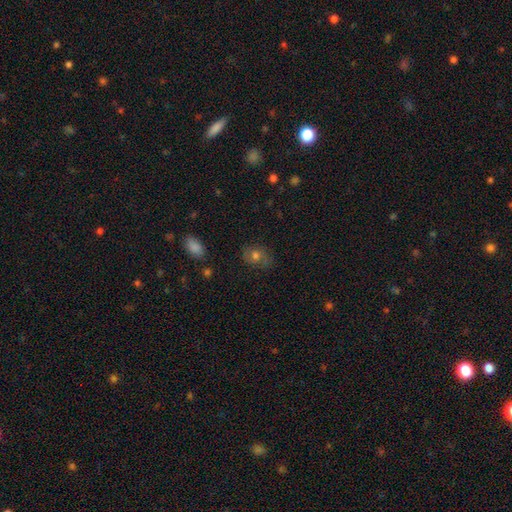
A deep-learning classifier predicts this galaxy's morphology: Smooth or featured? Predicted: smooth (p=0.56). How rounded? Predicted: in between (p=0.53). Merging? Predicted: none (p=0.75).